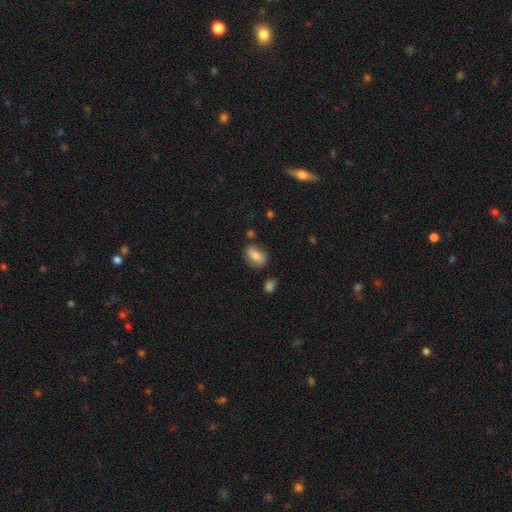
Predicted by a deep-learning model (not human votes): smooth_or_featured: smooth (p=0.78) [alt: featured or disk p=0.14]
how_rounded: in between (p=0.83) [alt: round p=0.12]
merging: none (p=0.67) [alt: minor disturbance p=0.22]